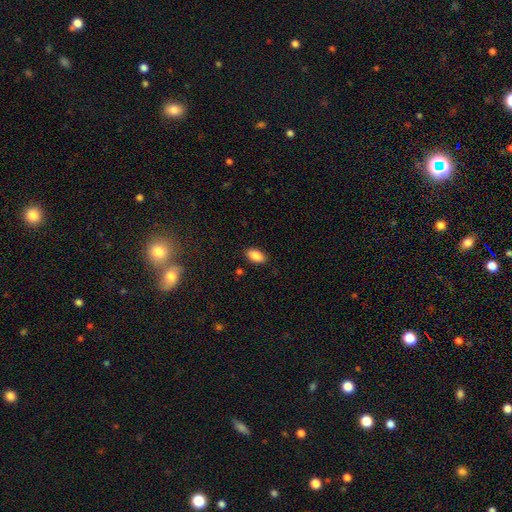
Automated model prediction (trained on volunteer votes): smooth_or_featured: smooth (p=0.86) [alt: star or artifact p=0.08]
how_rounded: in between (p=0.93) [alt: round p=0.05]
merging: none (p=0.87) [alt: minor disturbance p=0.09]